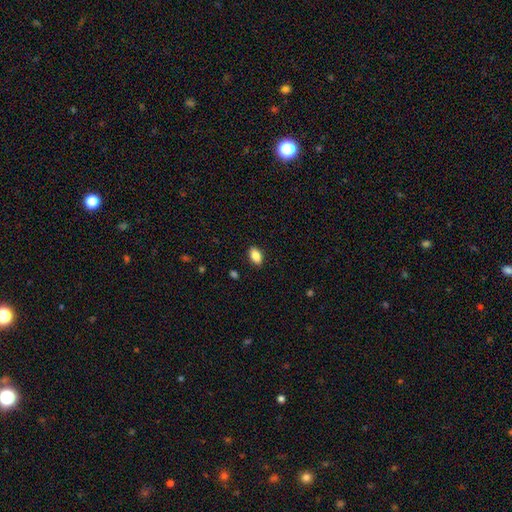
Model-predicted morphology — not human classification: Overall: smooth (87%). How rounded: in between (91%). Merging: none (88%).